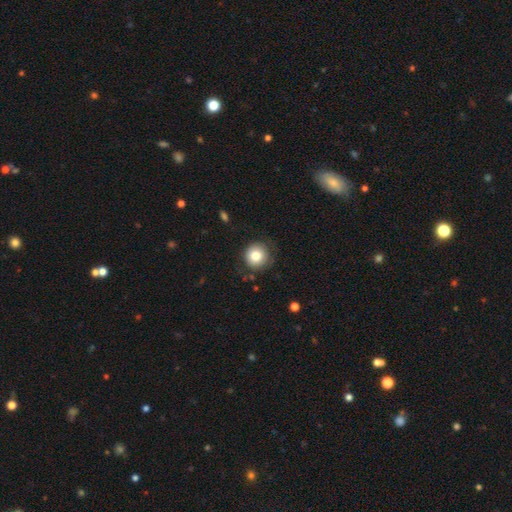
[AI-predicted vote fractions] Smooth or featured?
  - smooth: 81% *
  - star or artifact: 10%
  - featured or disk: 9%
How rounded?
  - round: 94% *
  - in between: 5%
  - cigar-shaped: 1%
Merging?
  - none: 80% *
  - minor disturbance: 14%
  - major disturbance: 4%
  - merger: 2%